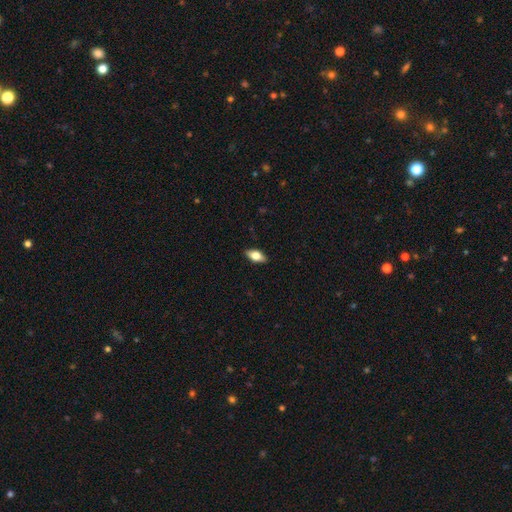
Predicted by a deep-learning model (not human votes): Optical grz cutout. It shows a smooth galaxy with no disk features (65%) that is in between round and cigar-shaped (84%). Merging: none (88%).